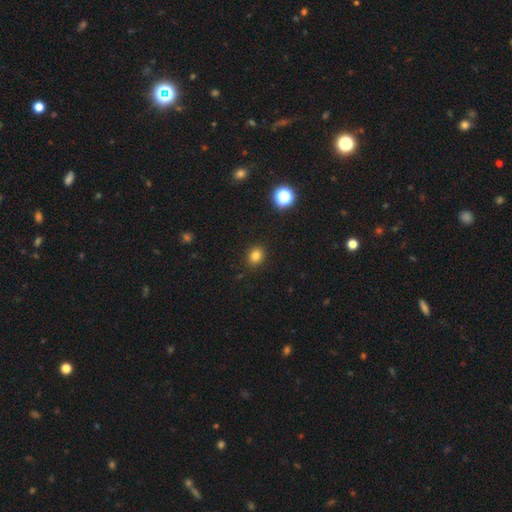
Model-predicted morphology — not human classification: A smooth galaxy with no disk features (81%) that is round (62%).

Vote fractions:
- Smooth or featured? smooth: 81% / star or artifact: 14% / featured or disk: 5%
- How rounded? round: 62% / in between: 37% / cigar-shaped: 1%
- Merging? none: 90% / minor disturbance: 7% / major disturbance: 2% / merger: 1%